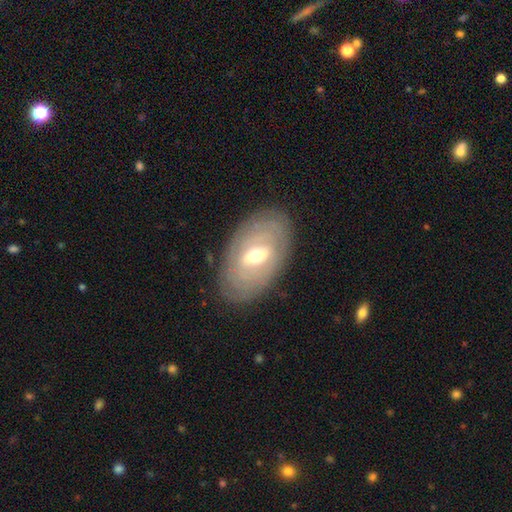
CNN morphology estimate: A featured or disk galaxy (69%) with a weak bar (51%), spiral arms (58%) and a moderate central bulge (66%).

Vote fractions:
- Smooth or featured? featured or disk: 69% / smooth: 24% / star or artifact: 6%
- Edge-on disk? no: 90% / yes: 10%
- Bar? weak: 51% / strong: 26% / no: 23%
- Spiral arms? yes: 58% / no: 42%
- Bulge size? moderate: 66% / small: 27% / large: 6% / dominant: 1% / none: 1%
- Merging? none: 83% / minor disturbance: 12% / major disturbance: 4% / merger: 1%